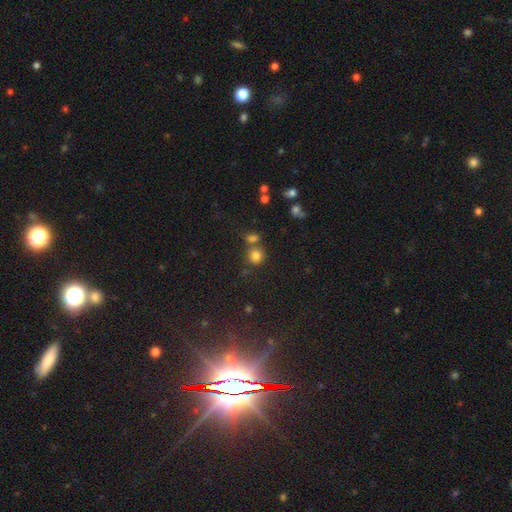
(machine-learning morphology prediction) This appears to be a smooth galaxy with no disk features (79%) that is round (88%). Merging: none (63%).